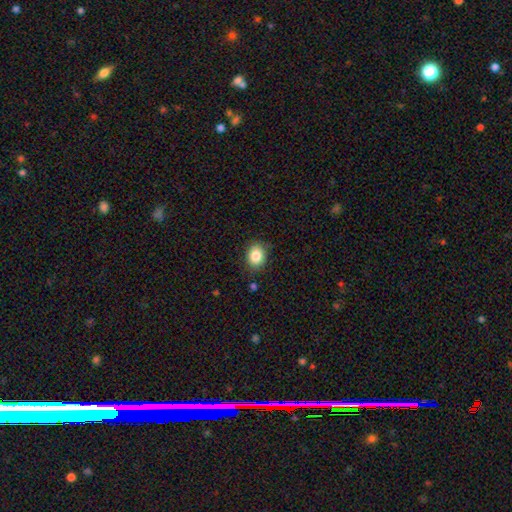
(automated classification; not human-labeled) Smooth or featured: smooth — 85% (star or artifact — 9%)
How rounded: in between — 51% (round — 48%)
Merging: none — 83% (minor disturbance — 12%)